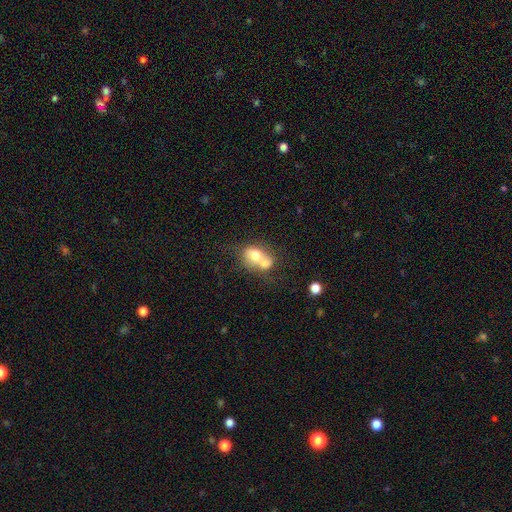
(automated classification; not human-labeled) A smooth galaxy with no disk features (65%) that is in between round and cigar-shaped (50%).

Vote fractions:
- Smooth or featured? smooth: 65% / featured or disk: 26% / star or artifact: 9%
- How rounded? in between: 50% / round: 49% / cigar-shaped: 1%
- Merging? merger: 67% / none: 20% / minor disturbance: 8% / major disturbance: 5%